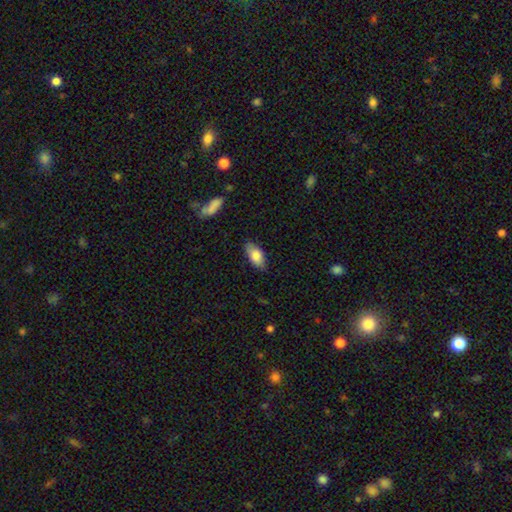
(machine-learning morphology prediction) Smooth or featured?
  - smooth: 82% *
  - featured or disk: 12%
  - star or artifact: 6%
How rounded?
  - in between: 90% *
  - cigar-shaped: 7%
  - round: 3%
Merging?
  - none: 81% *
  - minor disturbance: 15%
  - major disturbance: 3%
  - merger: 1%